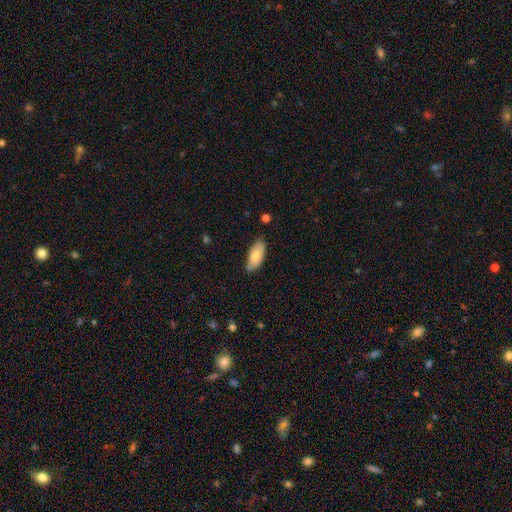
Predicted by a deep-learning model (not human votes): Smooth or featured? Predicted: smooth (p=0.80). How rounded? Predicted: in between (p=0.88). Merging? Predicted: none (p=0.74).